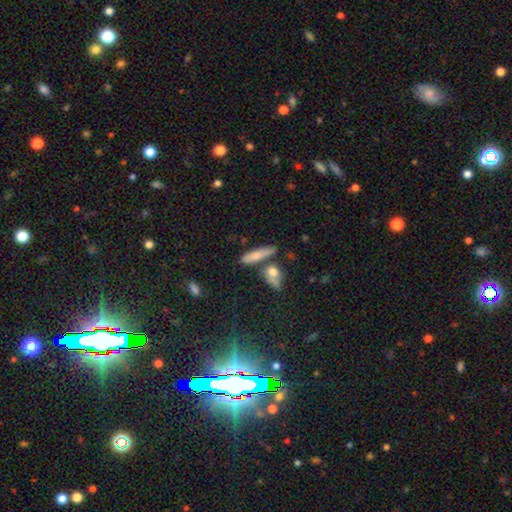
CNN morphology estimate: Smooth or featured? Predicted: smooth (p=0.70). How rounded? Predicted: cigar-shaped (p=0.69). Merging? Predicted: none (p=0.67).